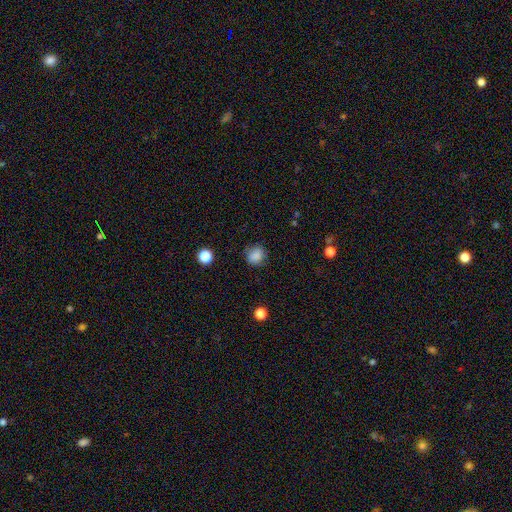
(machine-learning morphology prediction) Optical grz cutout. It shows a smooth galaxy with no disk features (85%) that is round (73%). Merging: none (77%).